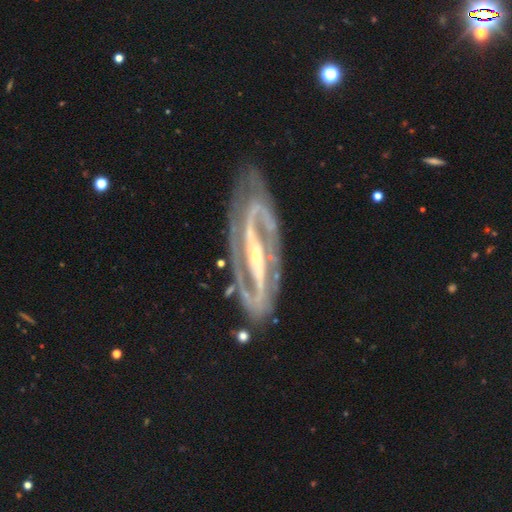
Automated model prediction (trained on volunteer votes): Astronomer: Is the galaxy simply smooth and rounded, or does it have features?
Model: featured or disk — 92%.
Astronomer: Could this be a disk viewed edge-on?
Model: no — 92%.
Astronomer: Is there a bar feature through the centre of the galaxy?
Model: strong — 69%.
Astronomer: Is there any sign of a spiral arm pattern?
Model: yes — 97%.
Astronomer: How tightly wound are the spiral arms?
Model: medium — 47% (runner-up: tight, 38%).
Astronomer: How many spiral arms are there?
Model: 2 — 89%.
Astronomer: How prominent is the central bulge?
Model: small — 72%.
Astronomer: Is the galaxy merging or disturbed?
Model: none — 78%.